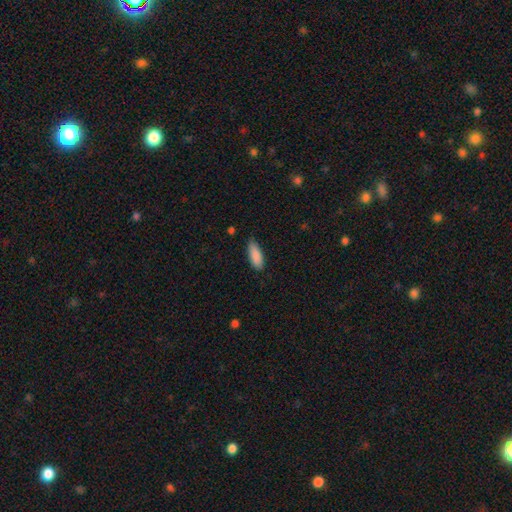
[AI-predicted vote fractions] The model was most divided on "how rounded": in between: 71%, cigar-shaped: 28%, round: 2%. More confident: smooth or featured — smooth (89%); merging — none (76%).